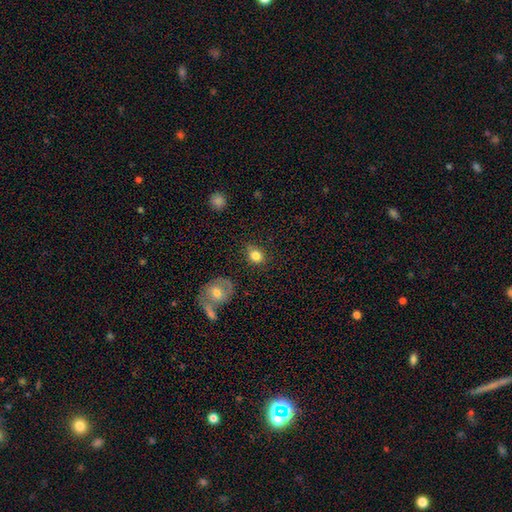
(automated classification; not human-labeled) This is clearly a smooth galaxy (82%). How rounded: possibly round (57%). Merging: likely none (77%).